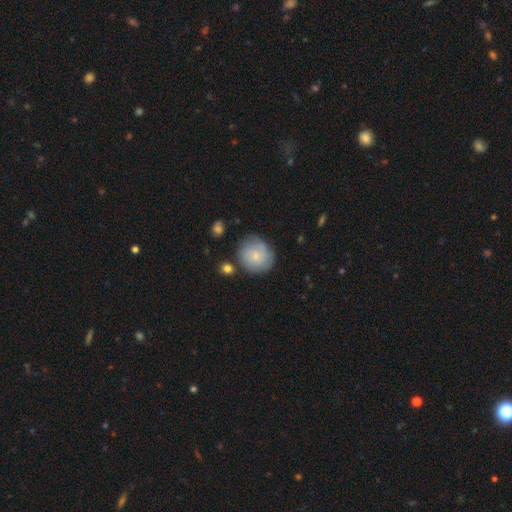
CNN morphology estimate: smooth_or_featured: smooth (p=0.65) [alt: featured or disk p=0.28]
how_rounded: round (p=0.86) [alt: in between p=0.13]
merging: none (p=0.72) [alt: minor disturbance p=0.18]